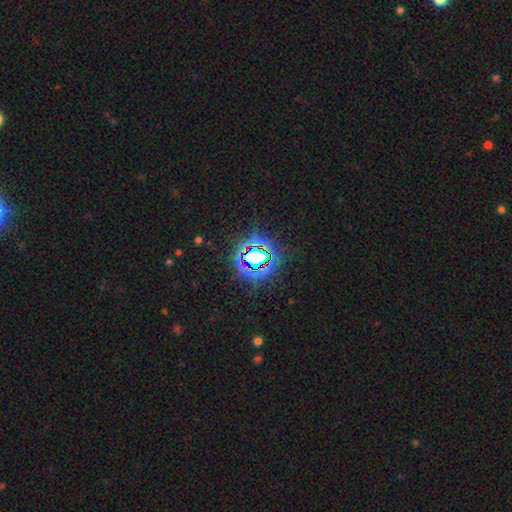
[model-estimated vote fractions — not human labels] This is clearly a star or artifact rather than a galaxy (81%).